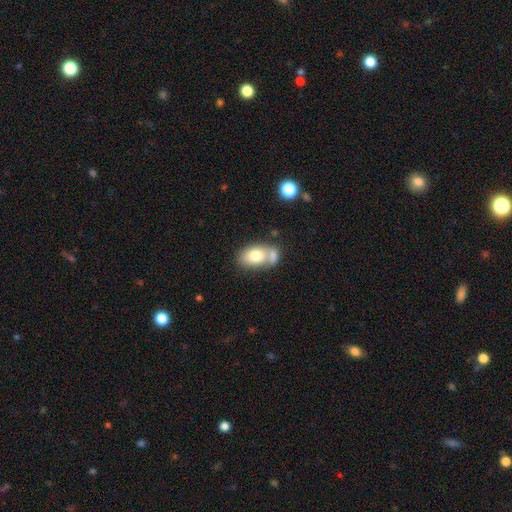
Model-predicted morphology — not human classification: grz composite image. It shows a smooth galaxy with no disk features (74%) that is in between round and cigar-shaped (85%). Merging: merger (43%).